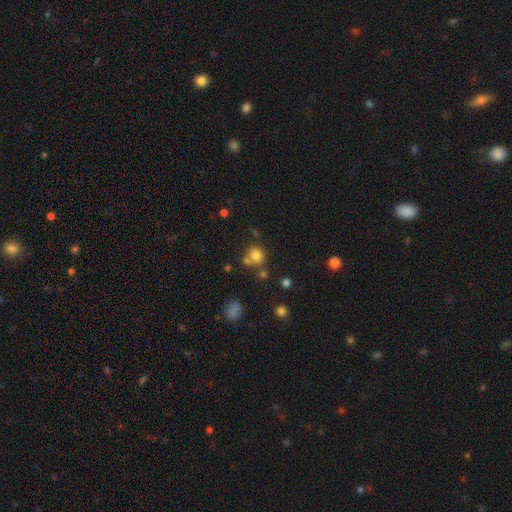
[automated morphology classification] Smooth or featured: smooth — 77% (star or artifact — 15%)
How rounded: round — 87% (in between — 12%)
Merging: none — 62% (merger — 24%)